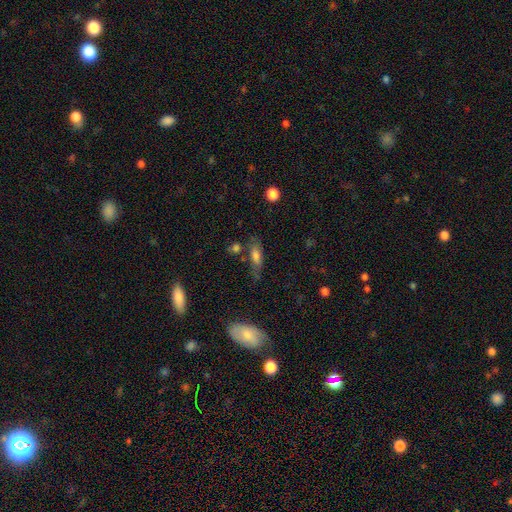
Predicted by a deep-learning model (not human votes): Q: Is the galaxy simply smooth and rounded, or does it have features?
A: smooth — 66%.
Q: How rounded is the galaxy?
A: in between — 58%.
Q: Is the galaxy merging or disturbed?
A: none — 62%.